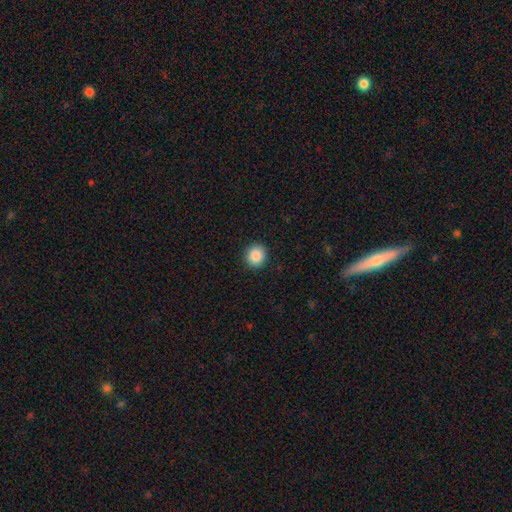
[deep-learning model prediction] smooth_or_featured: smooth (p=0.88) [alt: star or artifact p=0.09]
how_rounded: round (p=0.88) [alt: in between p=0.11]
merging: none (p=0.92) [alt: minor disturbance p=0.05]